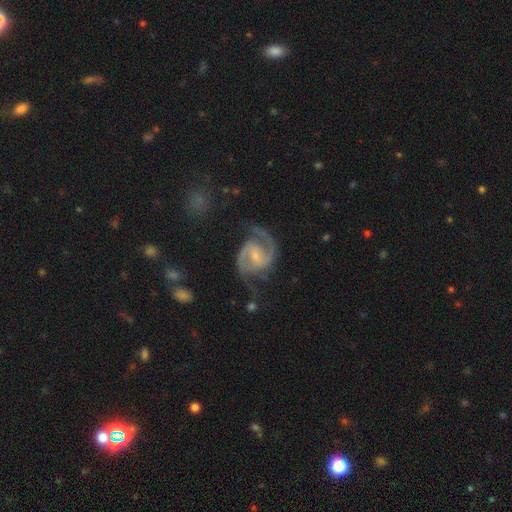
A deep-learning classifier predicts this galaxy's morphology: The model was most divided on "bar": weak: 47%, no: 35%, strong: 18%. More confident: spiral arms — yes (98%); edge-on disk — no (98%); smooth or featured — featured or disk (92%); spiral arm count — 2 (91%); merging — none (69%); bulge size — small (66%); spiral winding — medium (62%).